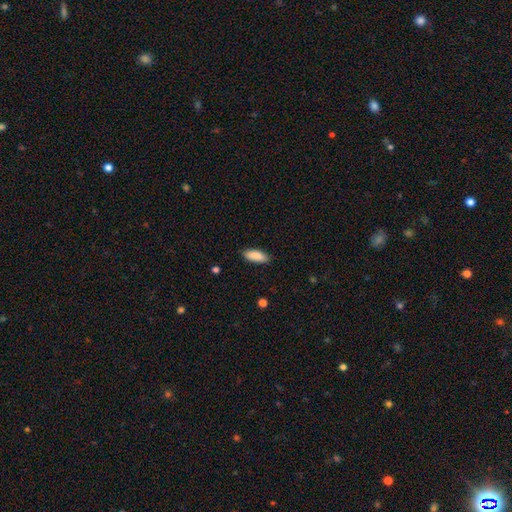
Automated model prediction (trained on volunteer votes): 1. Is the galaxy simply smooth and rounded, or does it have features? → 89% smooth, 6% star or artifact, 5% featured or disk.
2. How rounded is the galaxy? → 74% in between, 25% cigar-shaped, 2% round.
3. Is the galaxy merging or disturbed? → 87% none, 10% minor disturbance, 2% major disturbance, 1% merger.